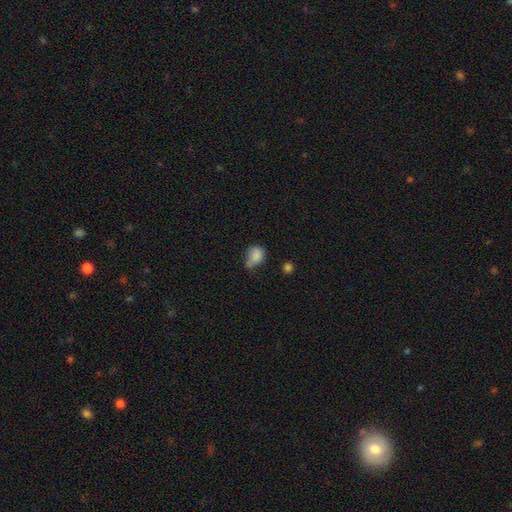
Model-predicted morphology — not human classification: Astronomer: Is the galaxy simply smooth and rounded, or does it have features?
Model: smooth — 83%.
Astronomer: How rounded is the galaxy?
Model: round — 50% (runner-up: in between, 49%).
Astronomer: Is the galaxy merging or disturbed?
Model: none — 37%, tied with minor disturbance at 37%.